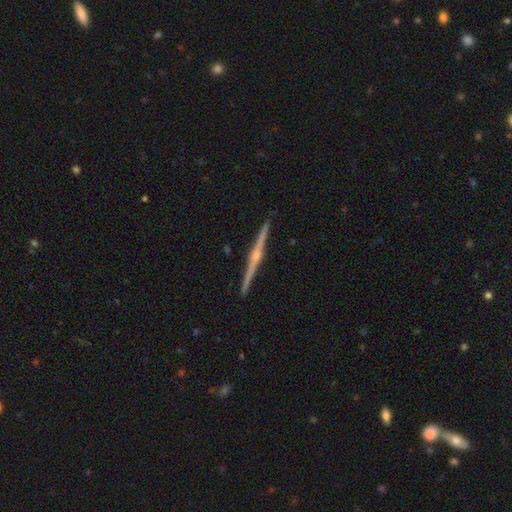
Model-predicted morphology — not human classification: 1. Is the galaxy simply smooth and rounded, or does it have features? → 86% featured or disk, 9% smooth, 5% star or artifact.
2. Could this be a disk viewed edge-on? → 99% yes, 1% no.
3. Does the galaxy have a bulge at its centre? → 80% rounded, 10% none, 10% boxy.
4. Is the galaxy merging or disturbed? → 93% none, 5% minor disturbance, 1% major disturbance, 1% merger.